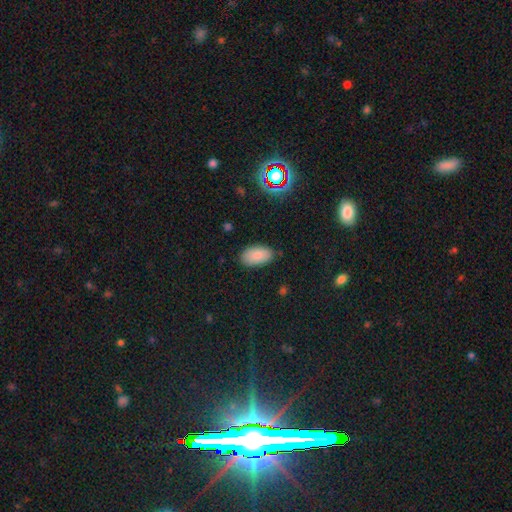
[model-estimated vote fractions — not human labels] Smooth or featured? smooth (84%)
How rounded? in between (94%)
Merging? none (84%)